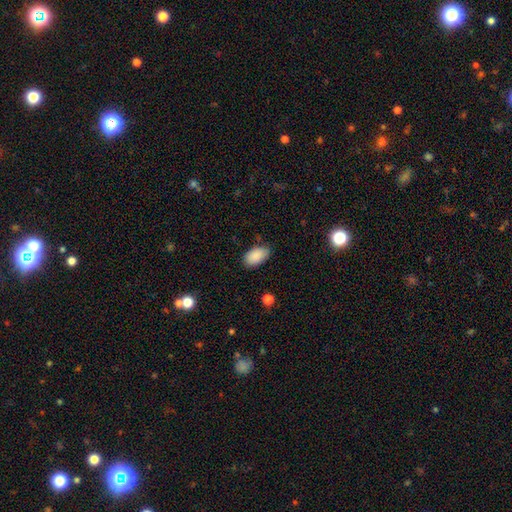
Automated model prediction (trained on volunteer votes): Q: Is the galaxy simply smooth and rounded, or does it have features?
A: smooth — 89%.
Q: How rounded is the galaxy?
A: in between — 94%.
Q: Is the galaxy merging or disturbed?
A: none — 78%.